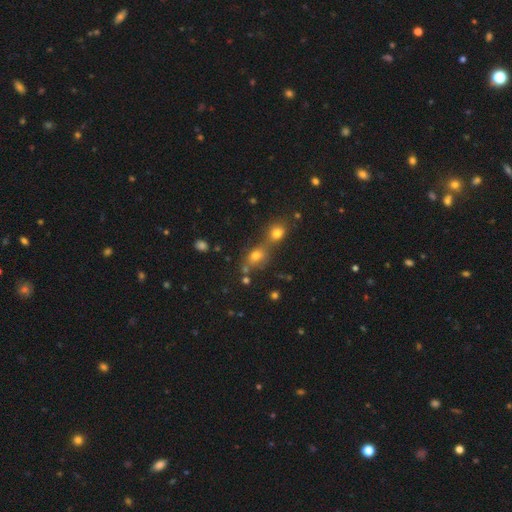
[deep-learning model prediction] Q: Smooth or featured?
A: smooth (68%); runner-up: star or artifact (18%)
Q: How rounded?
A: in between (52%); runner-up: round (45%)
Q: Merging?
A: merger (50%); runner-up: none (36%)